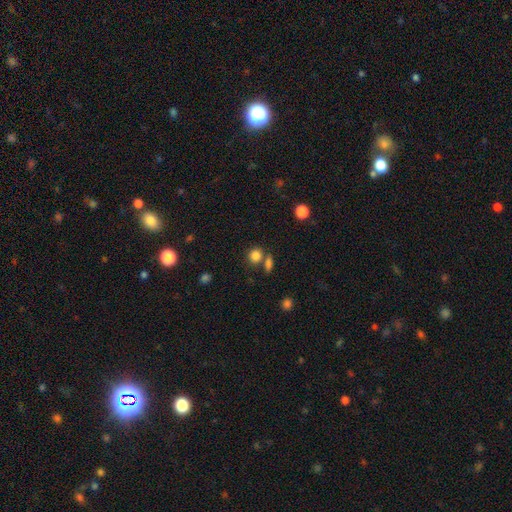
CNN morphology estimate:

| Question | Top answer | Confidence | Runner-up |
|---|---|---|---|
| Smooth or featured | smooth | 83% | star or artifact (12%) |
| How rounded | round | 78% | in between (21%) |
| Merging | none | 63% | merger (24%) |